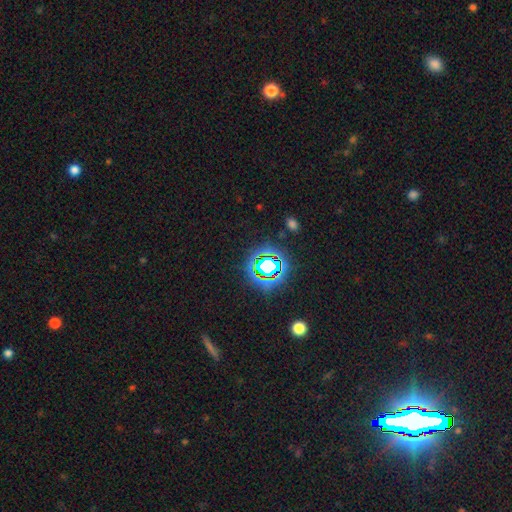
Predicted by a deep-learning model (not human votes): Q: Smooth or featured?
A: star or artifact (81%); runner-up: smooth (12%)